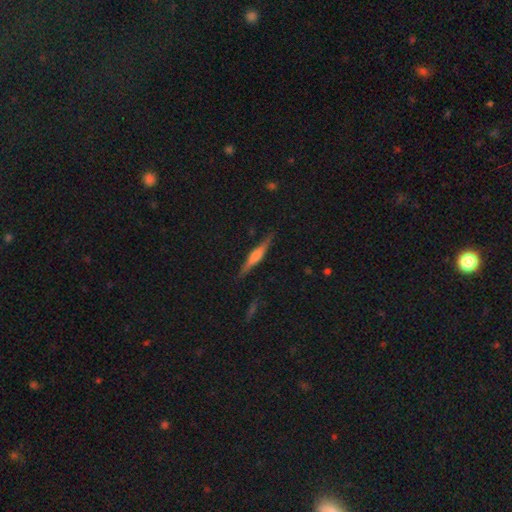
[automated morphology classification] Smooth or featured? Predicted: featured or disk (p=0.68). Edge-on disk? Predicted: yes (p=0.97). Edge-on bulge? Predicted: rounded (p=0.72). Merging? Predicted: none (p=0.88).